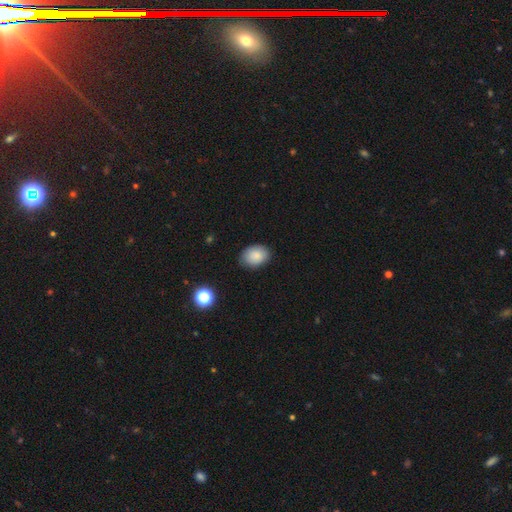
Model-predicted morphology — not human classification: This appears to be a smooth galaxy with no disk features (86%) that is in between round and cigar-shaped (73%). Merging: none (83%).